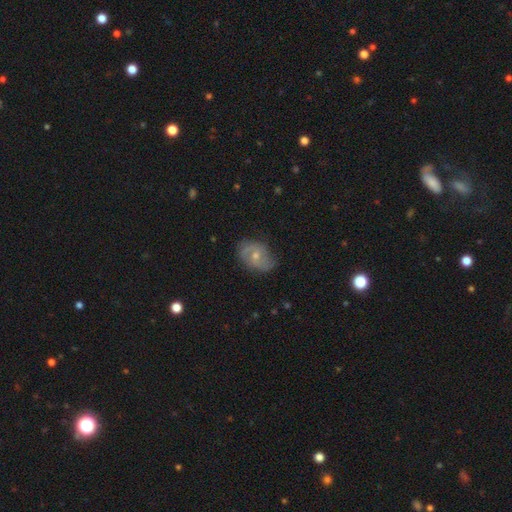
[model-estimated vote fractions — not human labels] This is likely a featured or disk galaxy (62%). It is clearly not viewed edge-on (96%). Bar: likely no (60%). Spiral arm pattern: clearly yes (82%). Central bulge: possibly moderate (54%). Merging: likely none (71%).